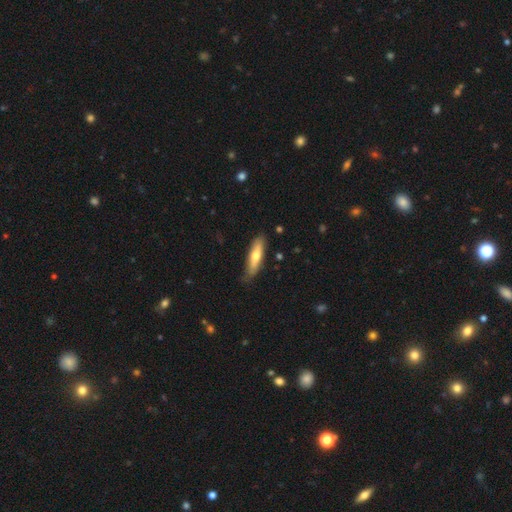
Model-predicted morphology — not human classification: This appears to be a smooth galaxy with no disk features (63%) that is cigar-shaped (66%). Merging: none (78%).